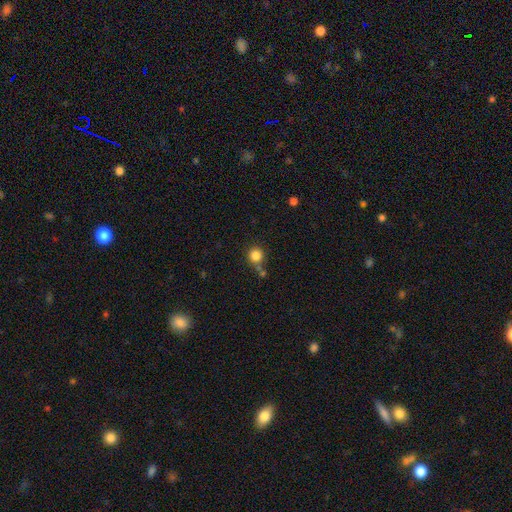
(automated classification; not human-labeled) smooth 84%, star or artifact 11%, featured or disk 5%. Down the decision tree: how rounded — round (92%); merging — none (68%).